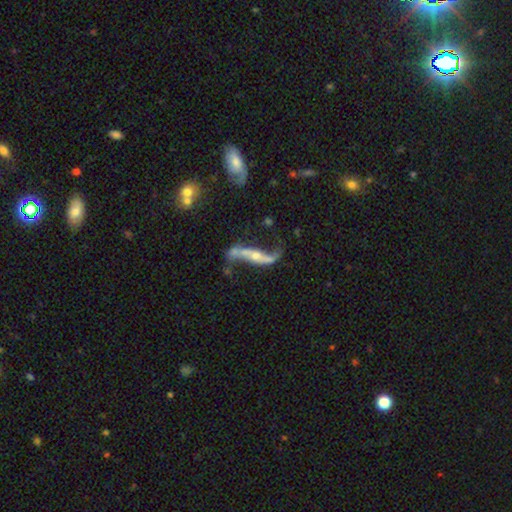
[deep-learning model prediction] Q: Smooth or featured?
A: featured or disk (83%); runner-up: smooth (10%)
Q: Edge-on disk?
A: no (73%); runner-up: yes (27%)
Q: Bar?
A: no (47%); runner-up: strong (29%)
Q: Spiral arms?
A: yes (88%); runner-up: no (12%)
Q: Spiral winding?
A: loose (90%); runner-up: medium (7%)
Q: Spiral arm count?
A: 2 (89%); runner-up: 1 (5%)
Q: Bulge size?
A: small (50%); runner-up: moderate (40%)
Q: Merging?
A: none (47%); runner-up: minor disturbance (21%)